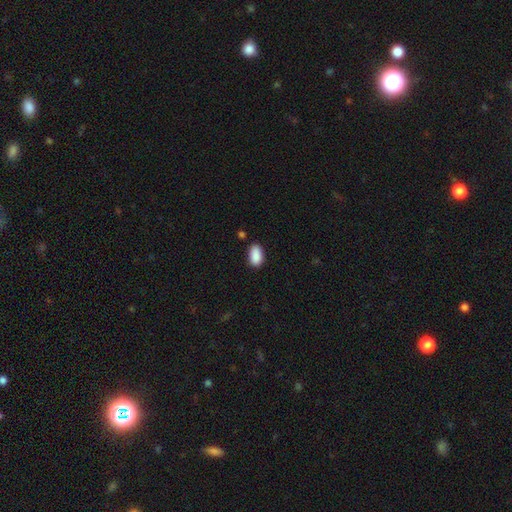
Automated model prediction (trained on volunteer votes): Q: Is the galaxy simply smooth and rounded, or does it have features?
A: smooth — 90%.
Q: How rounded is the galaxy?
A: in between — 93%.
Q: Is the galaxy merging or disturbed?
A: none — 81%.